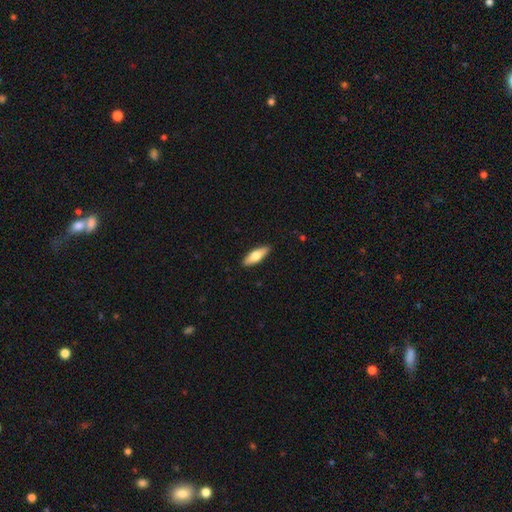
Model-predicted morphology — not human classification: Smooth or featured?
  - smooth: 62% *
  - featured or disk: 33%
  - star or artifact: 5%
How rounded?
  - in between: 52% *
  - cigar-shaped: 46%
  - round: 2%
Merging?
  - none: 90% *
  - minor disturbance: 8%
  - major disturbance: 2%
  - merger: 1%